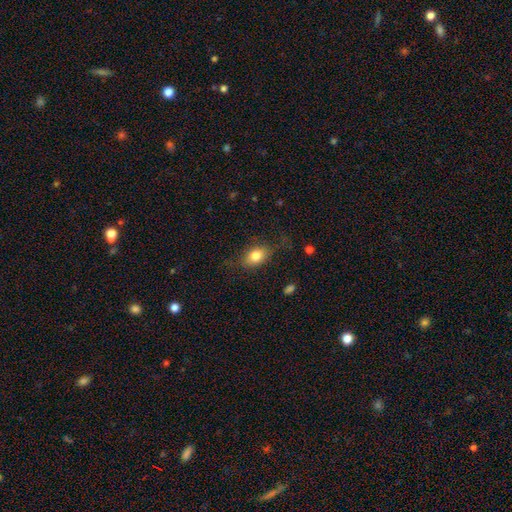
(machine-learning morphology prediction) smooth-or-featured: smooth: 79% | featured or disk: 12% | star or artifact: 9%
  how-rounded: in between: 78% | round: 20% | cigar-shaped: 2%
  merging: none: 75% | minor disturbance: 17% | major disturbance: 7% | merger: 1%